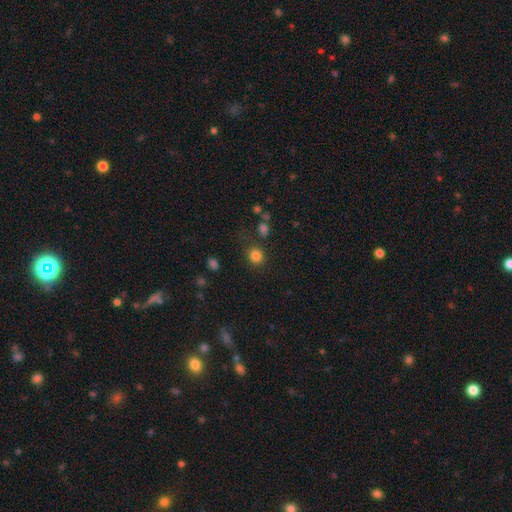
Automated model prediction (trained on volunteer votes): Q: Smooth or featured?
A: smooth (83%); runner-up: star or artifact (13%)
Q: How rounded?
A: round (83%); runner-up: in between (16%)
Q: Merging?
A: none (80%); runner-up: minor disturbance (10%)